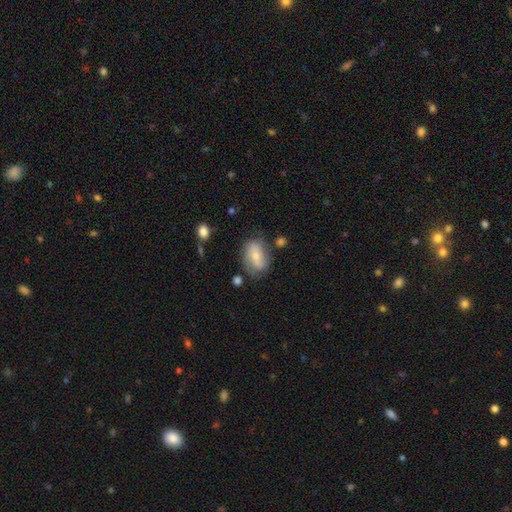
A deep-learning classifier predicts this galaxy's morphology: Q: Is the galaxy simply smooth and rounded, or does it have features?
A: smooth — 56%.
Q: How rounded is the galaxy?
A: in between — 78%.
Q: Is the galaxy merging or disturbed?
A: none — 64%.